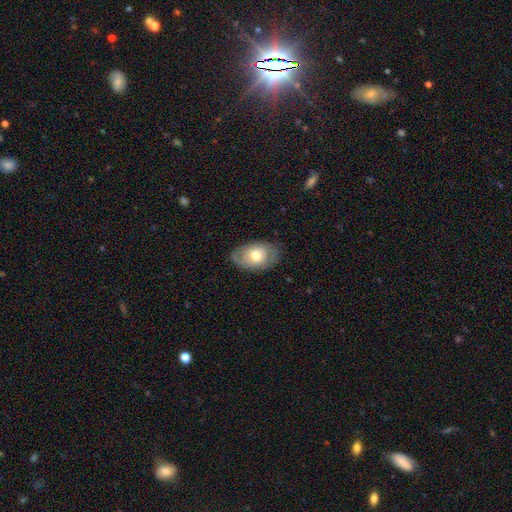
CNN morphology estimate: Smooth or featured? Predicted: smooth (p=0.56). How rounded? Predicted: in between (p=0.86). Merging? Predicted: none (p=0.78).